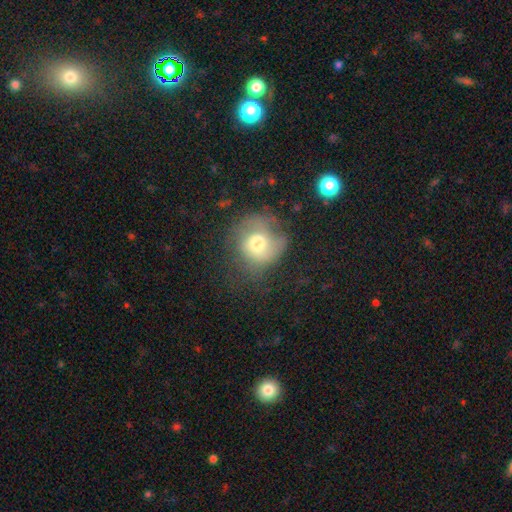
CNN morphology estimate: Smooth or featured: smooth — 49% (featured or disk — 38%)
Merging: none — 56% (minor disturbance — 25%)